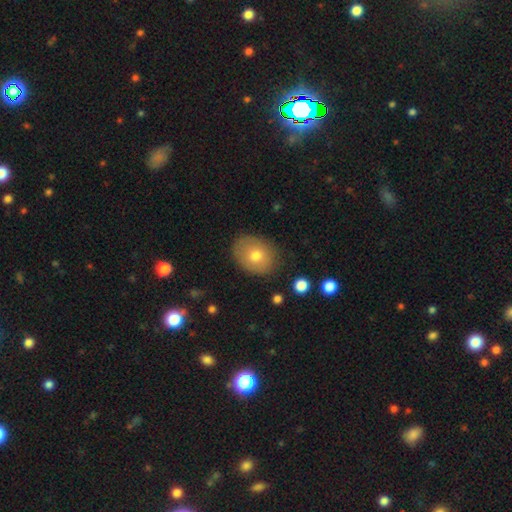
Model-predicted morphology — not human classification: Q: Smooth or featured?
A: smooth (71%); runner-up: featured or disk (20%)
Q: How rounded?
A: in between (56%); runner-up: round (43%)
Q: Merging?
A: none (81%); runner-up: minor disturbance (14%)